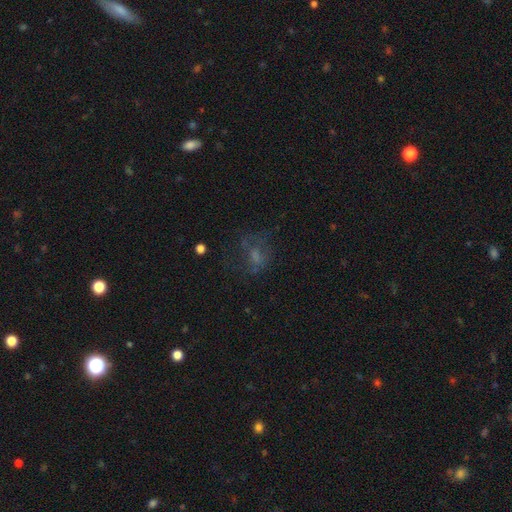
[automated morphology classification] This is marginally a smooth galaxy (42%). Merging: possibly none (48%).